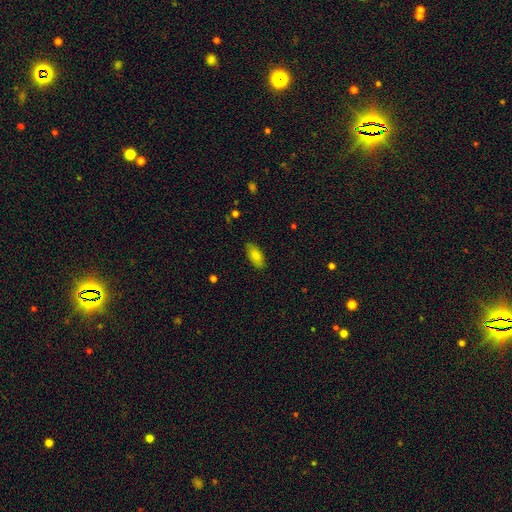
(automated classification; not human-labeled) Smooth or featured? smooth (84%)
How rounded? in between (86%)
Merging? none (84%)